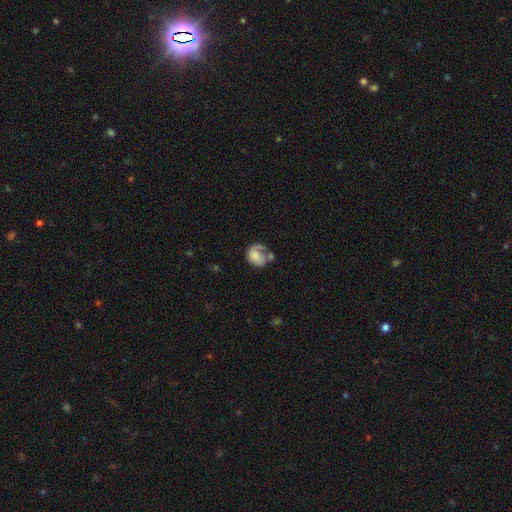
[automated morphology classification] smooth-or-featured: smooth: 52% | featured or disk: 40% | star or artifact: 8%
  how-rounded: round: 55% | in between: 44% | cigar-shaped: 1%
  merging: major disturbance: 31% | none: 29% | minor disturbance: 20% | merger: 20%